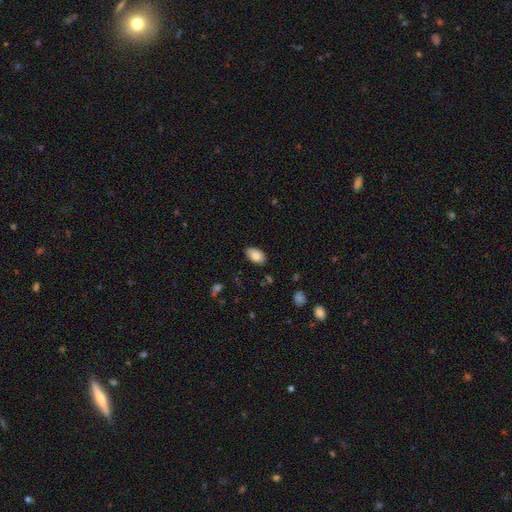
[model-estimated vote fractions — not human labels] smooth-or-featured: smooth: 81% | featured or disk: 12% | star or artifact: 7%
  how-rounded: in between: 93% | round: 6% | cigar-shaped: 1%
  merging: none: 85% | minor disturbance: 11% | major disturbance: 2% | merger: 1%